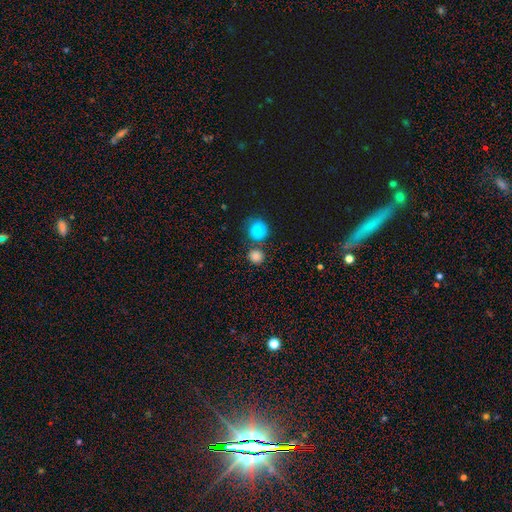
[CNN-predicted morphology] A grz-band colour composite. It shows a smooth galaxy with no disk features (83%) that is round (85%). Merging: none (63%).